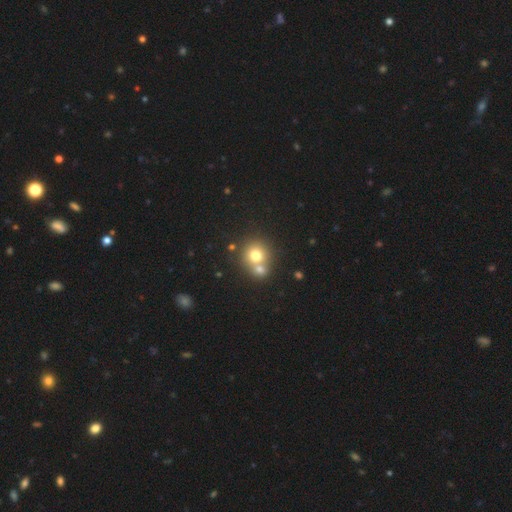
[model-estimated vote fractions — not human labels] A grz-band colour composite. It shows a smooth galaxy with no disk features (72%) that is round (86%). Merging: merger (48%).